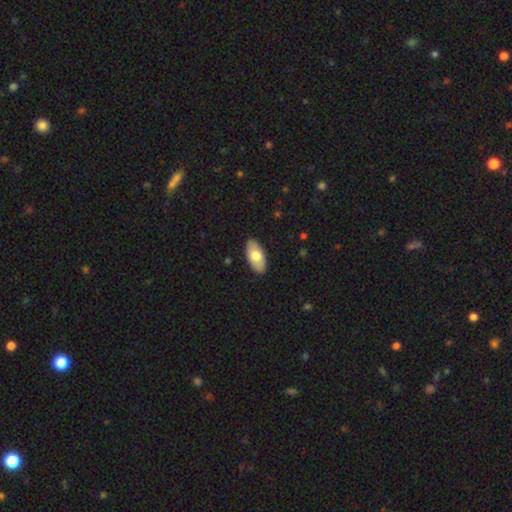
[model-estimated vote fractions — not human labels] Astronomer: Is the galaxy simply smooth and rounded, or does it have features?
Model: smooth — 71%.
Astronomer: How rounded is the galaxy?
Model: in between — 94%.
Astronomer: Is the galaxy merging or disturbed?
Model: none — 89%.